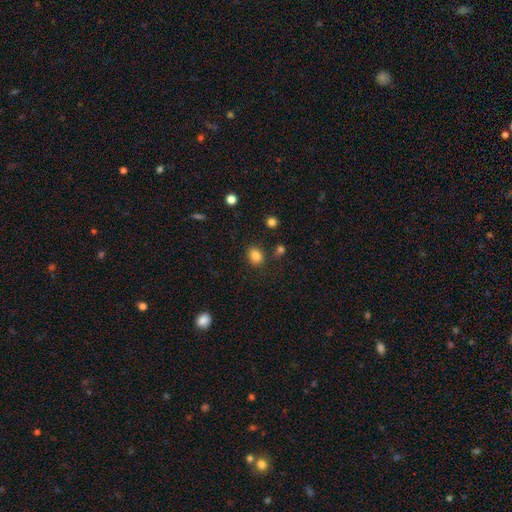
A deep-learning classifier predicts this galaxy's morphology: The model was most divided on "how rounded": in between: 61%, round: 38%, cigar-shaped: 1%. More confident: smooth or featured — smooth (84%); merging — none (80%).